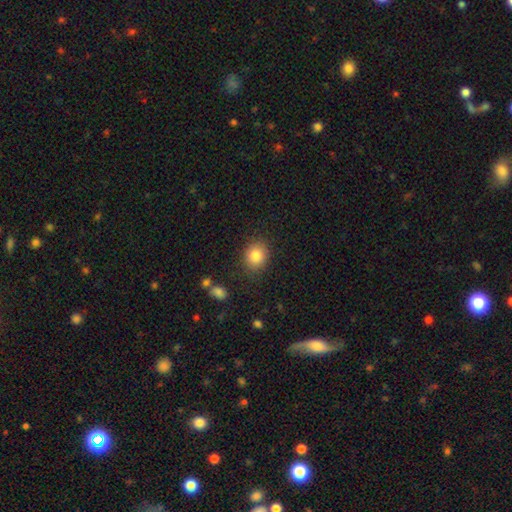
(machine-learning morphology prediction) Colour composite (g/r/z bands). It shows a smooth galaxy with no disk features (84%) that is round (66%). Merging: none (85%).